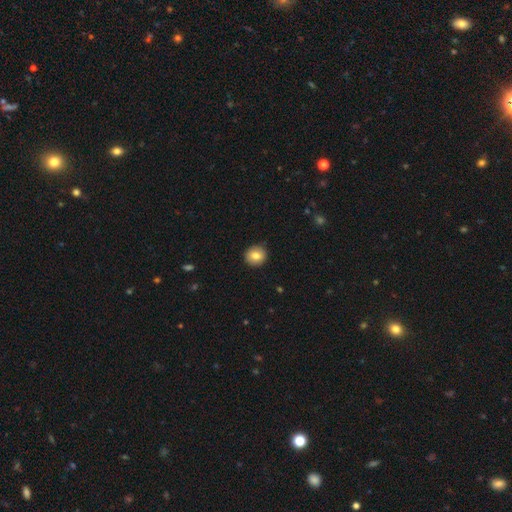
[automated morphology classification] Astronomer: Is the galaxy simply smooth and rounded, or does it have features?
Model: smooth — 81%.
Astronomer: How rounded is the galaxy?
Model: round — 87%.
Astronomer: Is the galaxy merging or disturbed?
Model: none — 90%.